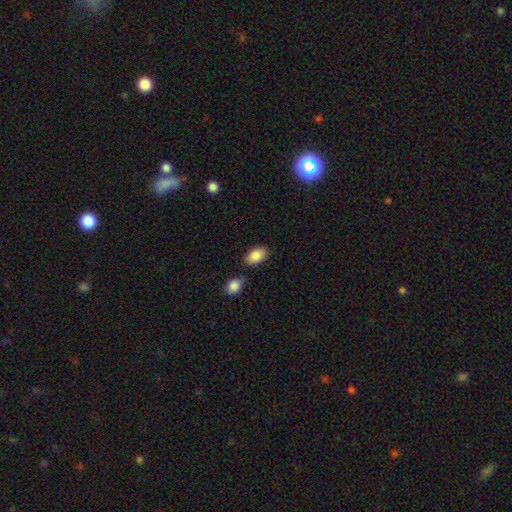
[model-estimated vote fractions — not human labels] smooth-or-featured: smooth: 88% | star or artifact: 7% | featured or disk: 5%
  how-rounded: in between: 92% | round: 7% | cigar-shaped: 1%
  merging: none: 73% | minor disturbance: 15% | merger: 9% | major disturbance: 4%